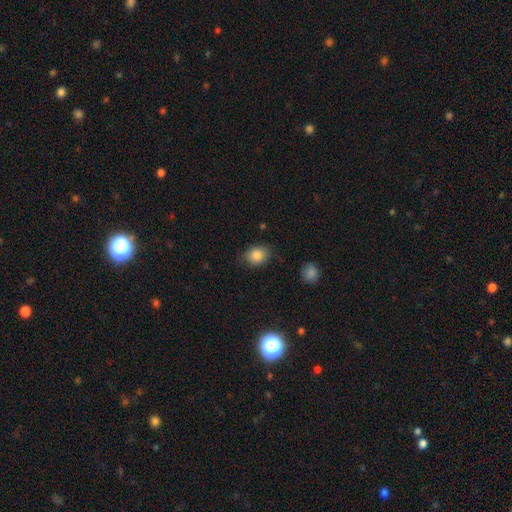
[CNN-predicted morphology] Smooth or featured: smooth — 86% (star or artifact — 9%)
How rounded: round — 52% (in between — 47%)
Merging: none — 77% (minor disturbance — 18%)